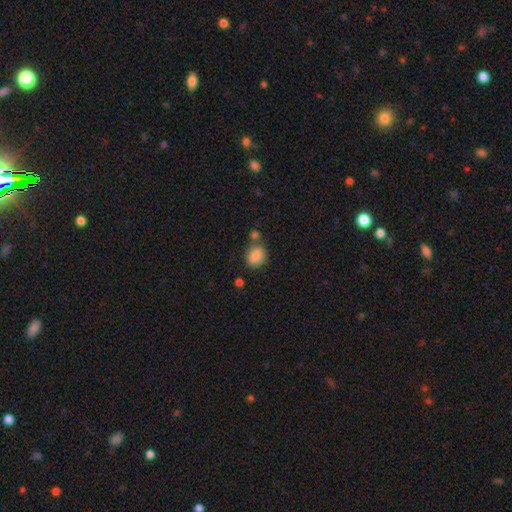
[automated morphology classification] smooth_or_featured: smooth (p=0.86) [alt: star or artifact p=0.09]
how_rounded: round (p=0.55) [alt: in between p=0.44]
merging: none (p=0.62) [alt: minor disturbance p=0.17]